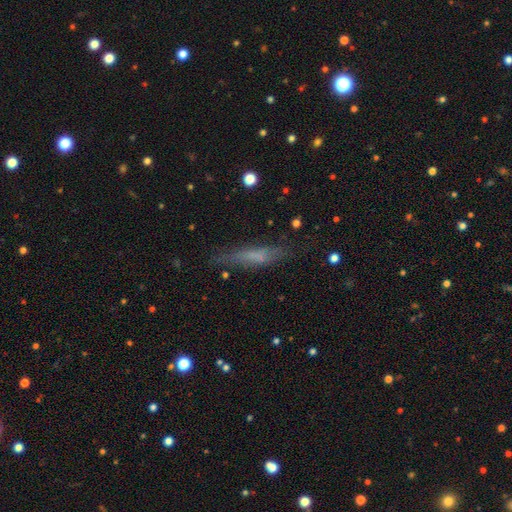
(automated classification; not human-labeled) Morphology: type=smooth (53%); roundness=cigar-shaped (84%); merging=none (73%).